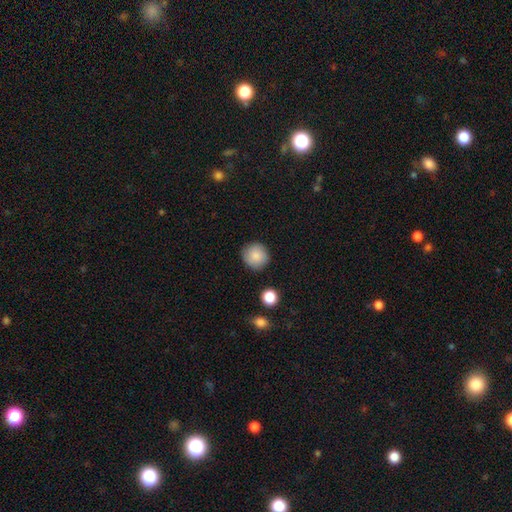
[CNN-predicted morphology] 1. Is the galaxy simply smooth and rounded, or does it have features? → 86% smooth, 8% star or artifact, 6% featured or disk.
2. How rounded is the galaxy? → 93% round, 6% in between, 1% cigar-shaped.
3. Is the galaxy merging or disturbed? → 88% none, 8% minor disturbance, 2% major disturbance, 2% merger.